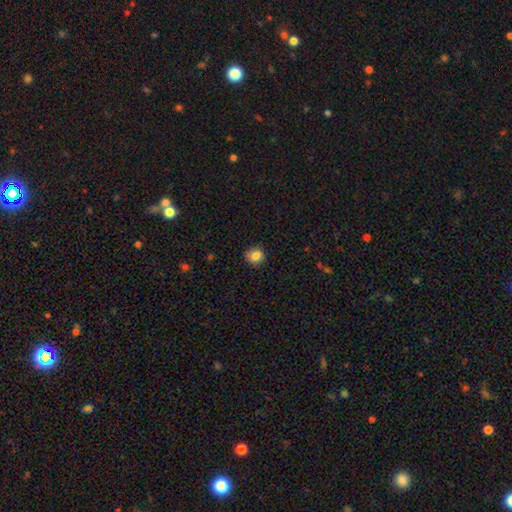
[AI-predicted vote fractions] A smooth galaxy with no disk features (83%) that is round (83%). Merging: none (80%).